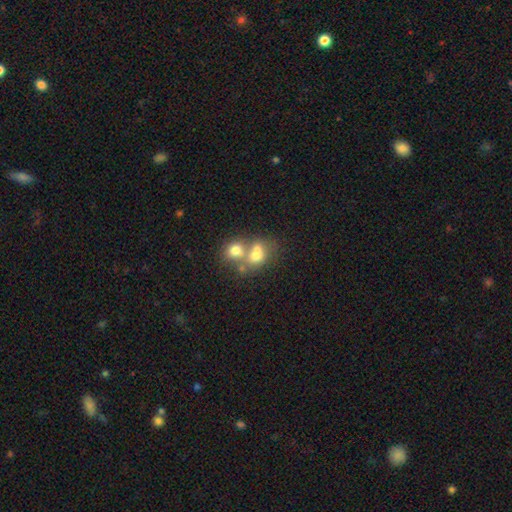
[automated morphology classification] smooth-or-featured: smooth: 64% | featured or disk: 23% | star or artifact: 13%
  how-rounded: round: 54% | in between: 45% | cigar-shaped: 1%
  merging: merger: 62% | none: 26% | minor disturbance: 7% | major disturbance: 5%